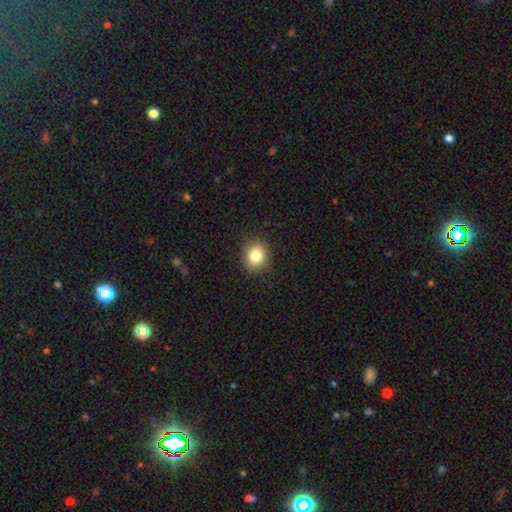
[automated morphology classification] The model was most divided on "how rounded": round: 67%, in between: 32%, cigar-shaped: 1%. More confident: merging — none (89%); smooth or featured — smooth (83%).